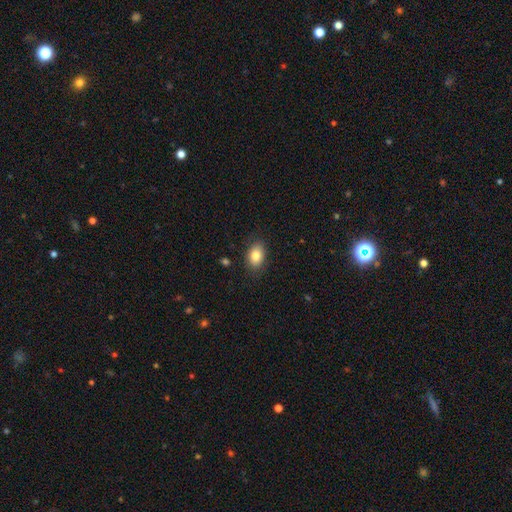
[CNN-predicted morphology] Overall: smooth (84%). How rounded: in between (83%). Merging: none (85%).